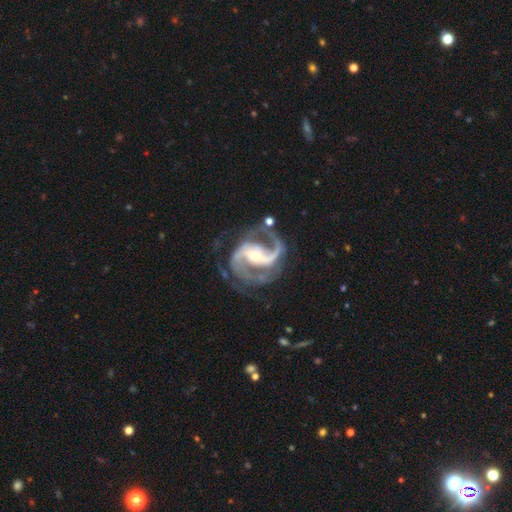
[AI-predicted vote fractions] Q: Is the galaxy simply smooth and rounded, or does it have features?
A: featured or disk — 93%.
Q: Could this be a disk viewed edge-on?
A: no — 98%.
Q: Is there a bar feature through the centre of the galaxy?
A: strong — 47%.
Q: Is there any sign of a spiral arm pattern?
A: yes — 98%.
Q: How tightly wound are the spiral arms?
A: medium — 61%.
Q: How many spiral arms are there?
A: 2 — 88%.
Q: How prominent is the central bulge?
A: moderate — 56%.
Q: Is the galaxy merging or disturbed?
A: none — 67%.